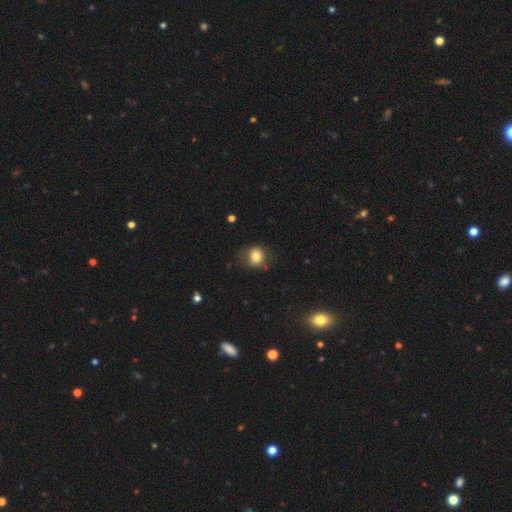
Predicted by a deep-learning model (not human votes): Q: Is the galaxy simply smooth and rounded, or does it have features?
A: smooth — 79%.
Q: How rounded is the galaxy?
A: round — 68%.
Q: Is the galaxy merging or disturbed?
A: none — 71%.